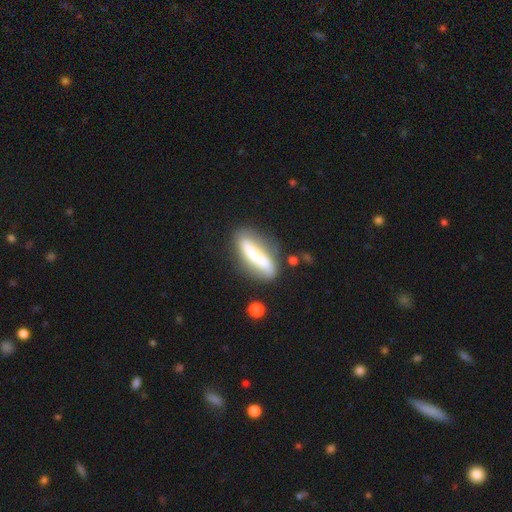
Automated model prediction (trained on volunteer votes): This appears to be a smooth galaxy with no disk features (53%) that is cigar-shaped (66%). Merging: none (65%).